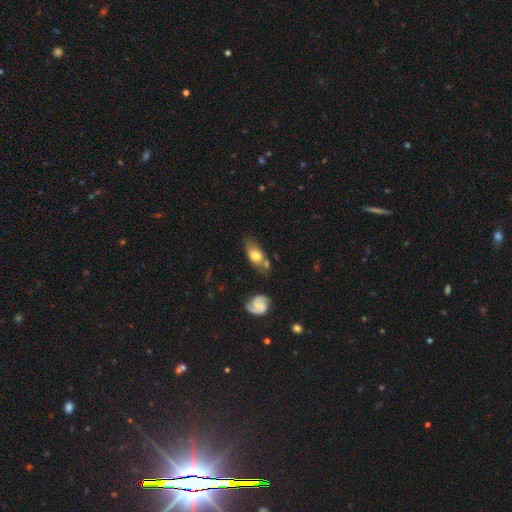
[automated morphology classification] Smooth or featured: smooth — 62% (featured or disk — 31%)
How rounded: in between — 76% (cigar-shaped — 13%)
Merging: none — 46% (minor disturbance — 25%)